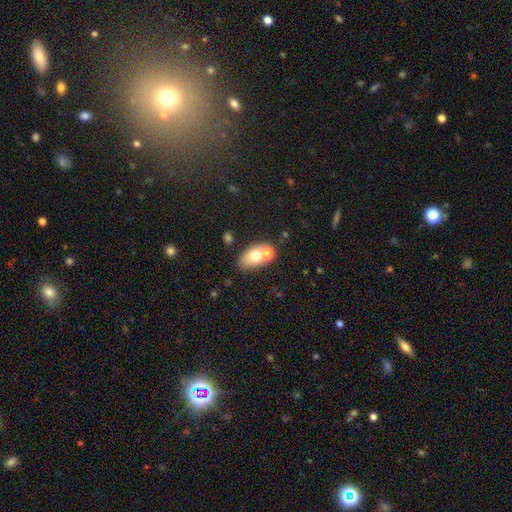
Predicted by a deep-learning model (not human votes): Overall: smooth (69%). How rounded: in between (80%). Merging: none (44%; merger 40%).